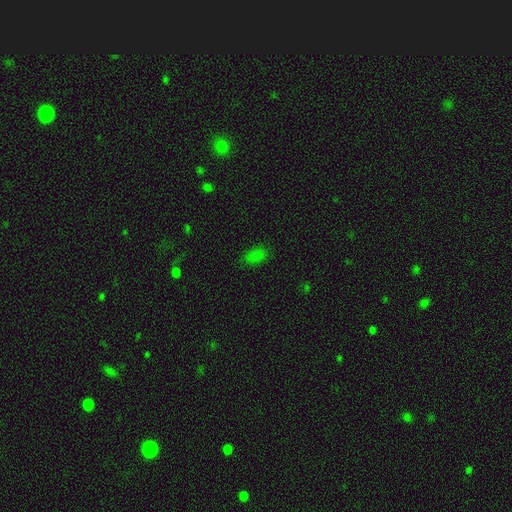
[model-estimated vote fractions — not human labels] Smooth or featured? Predicted: smooth (p=0.78). How rounded? Predicted: in between (p=0.89). Merging? Predicted: none (p=0.82).